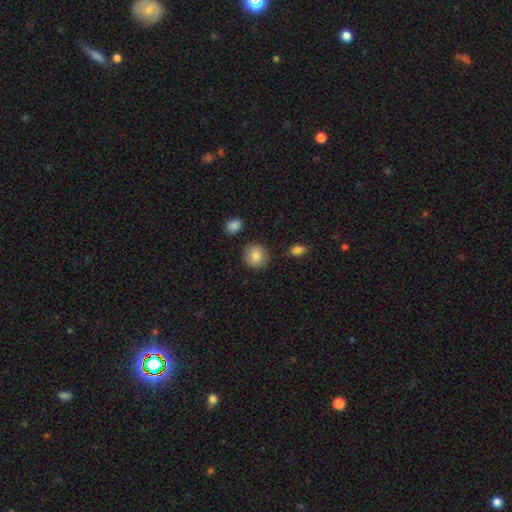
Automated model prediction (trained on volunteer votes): smooth_or_featured: smooth (p=0.84) [alt: featured or disk p=0.08]
how_rounded: round (p=0.87) [alt: in between p=0.12]
merging: none (p=0.87) [alt: minor disturbance p=0.09]